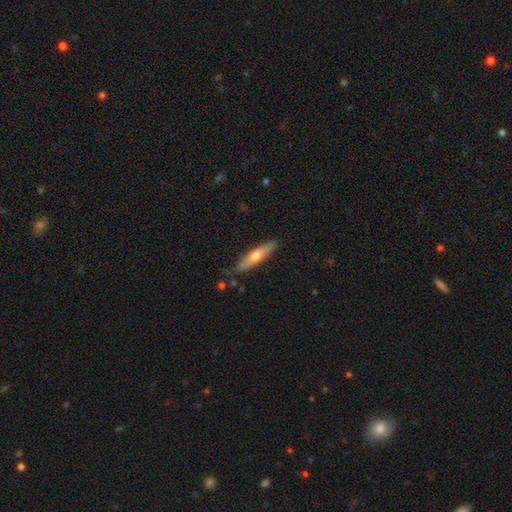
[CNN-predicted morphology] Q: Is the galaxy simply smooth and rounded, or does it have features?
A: smooth — 51%.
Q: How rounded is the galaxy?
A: cigar-shaped — 87%.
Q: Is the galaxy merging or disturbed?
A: none — 86%.